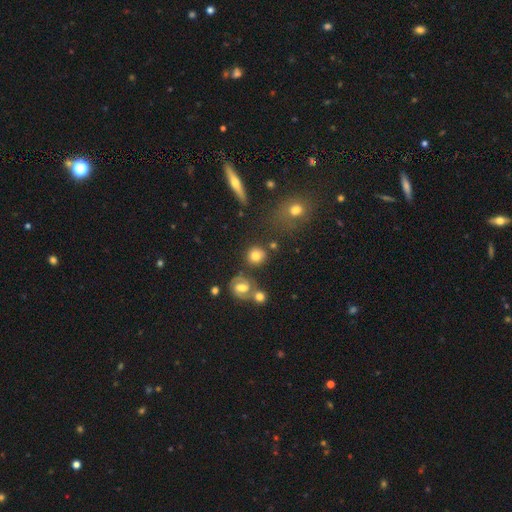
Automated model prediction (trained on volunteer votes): smooth-or-featured: smooth: 77% | featured or disk: 13% | star or artifact: 10%
  how-rounded: round: 86% | in between: 13% | cigar-shaped: 1%
  merging: none: 70% | merger: 12% | minor disturbance: 12% | major disturbance: 6%